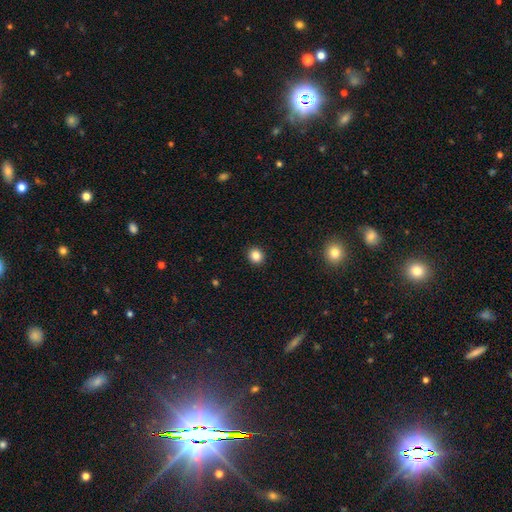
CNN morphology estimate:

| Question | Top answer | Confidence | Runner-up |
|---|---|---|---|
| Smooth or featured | smooth | 85% | star or artifact (11%) |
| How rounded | round | 84% | in between (16%) |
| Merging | none | 92% | minor disturbance (5%) |